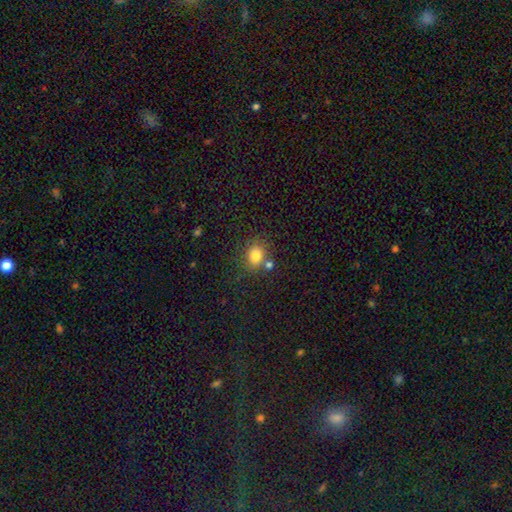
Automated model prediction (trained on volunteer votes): smooth-or-featured: smooth: 81% | star or artifact: 12% | featured or disk: 8%
  how-rounded: round: 55% | in between: 44% | cigar-shaped: 1%
  merging: none: 67% | merger: 16% | minor disturbance: 13% | major disturbance: 4%